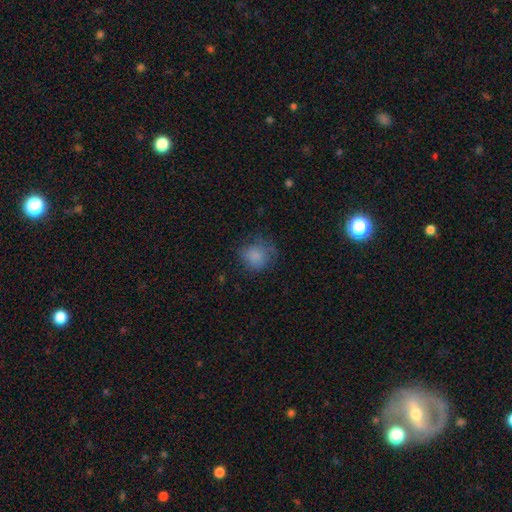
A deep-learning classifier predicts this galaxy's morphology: Smooth or featured: smooth — 81% (star or artifact — 10%)
How rounded: round — 82% (in between — 17%)
Merging: none — 62% (minor disturbance — 24%)